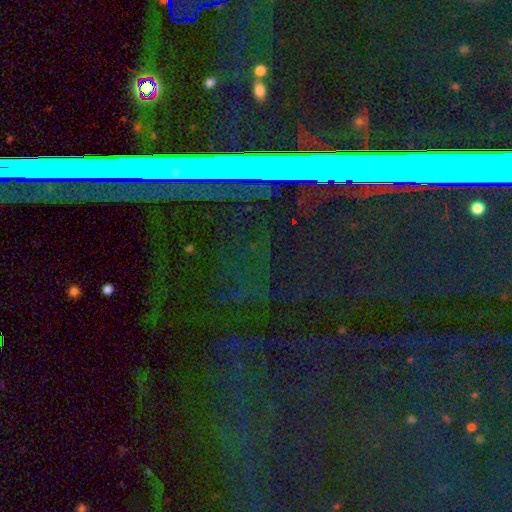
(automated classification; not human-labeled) This is likely a star or artifact rather than a galaxy (77%).